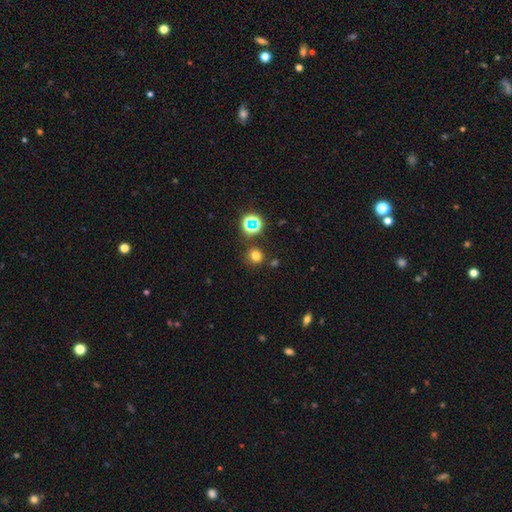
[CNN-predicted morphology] The model was most divided on "smooth or featured": smooth: 71%, star or artifact: 23%, featured or disk: 6%. More confident: how rounded — round (90%); merging — none (83%).